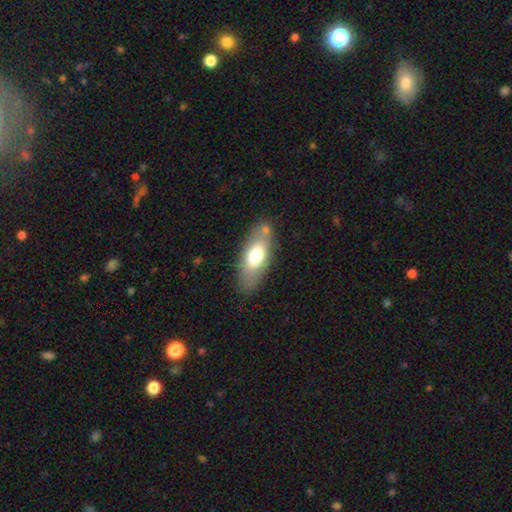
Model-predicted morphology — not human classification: A smooth galaxy with no disk features (66%) that is in between round and cigar-shaped (82%). Merging: none (75%).